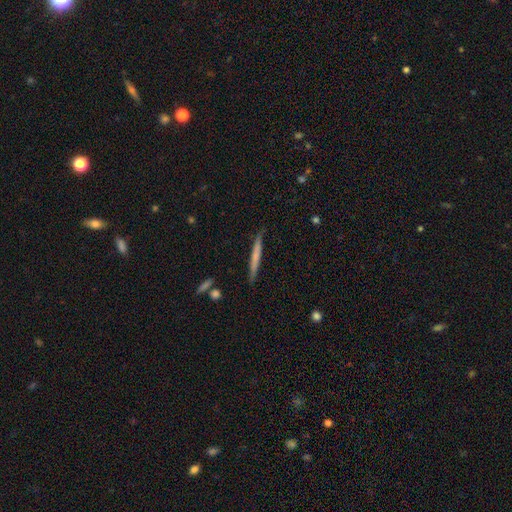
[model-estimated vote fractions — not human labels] Smooth or featured? smooth (57%)
How rounded? cigar-shaped (96%)
Merging? none (87%)